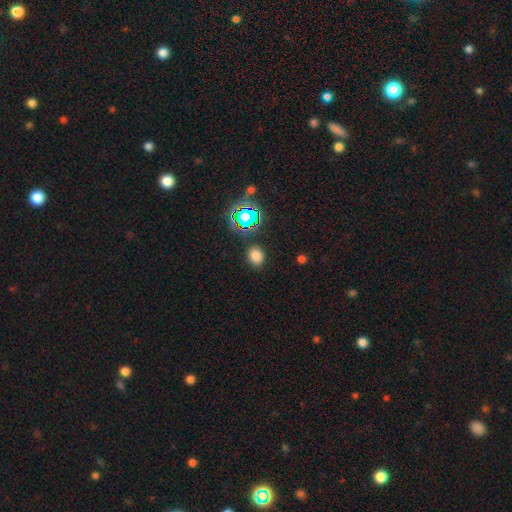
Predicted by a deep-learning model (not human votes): This appears to be a smooth galaxy with no disk features (73%) that is round (56%). Merging: none (85%).